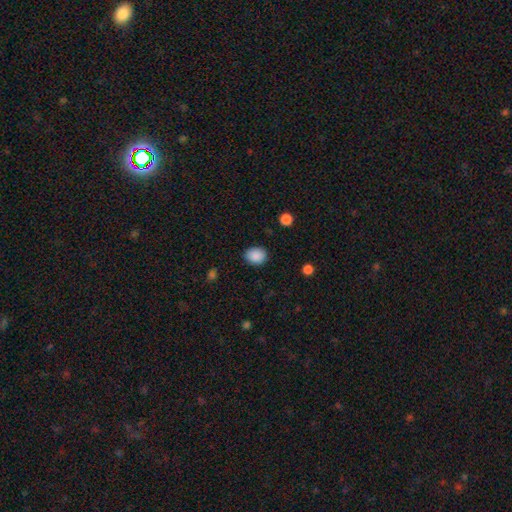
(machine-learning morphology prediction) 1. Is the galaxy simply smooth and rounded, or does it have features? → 89% smooth, 8% star or artifact, 3% featured or disk.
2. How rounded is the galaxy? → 52% round, 48% in between, 1% cigar-shaped.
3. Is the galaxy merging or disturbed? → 87% none, 10% minor disturbance, 3% major disturbance, 1% merger.